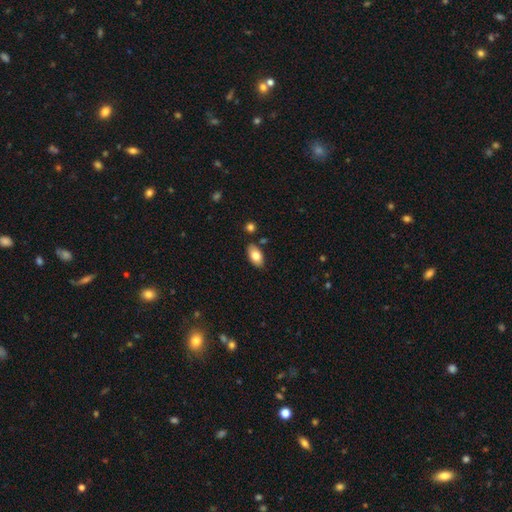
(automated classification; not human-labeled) Smooth or featured?
  - smooth: 80% *
  - featured or disk: 13%
  - star or artifact: 7%
How rounded?
  - in between: 93% *
  - round: 4%
  - cigar-shaped: 3%
Merging?
  - none: 84% *
  - minor disturbance: 10%
  - merger: 4%
  - major disturbance: 2%